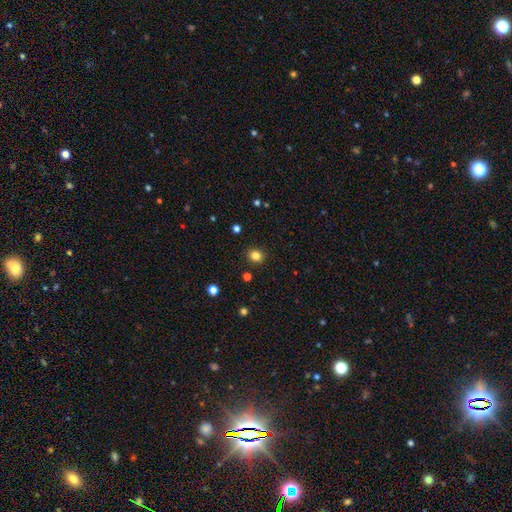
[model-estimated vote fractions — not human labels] Morphology: type=smooth (83%); roundness=round (75%); merging=none (90%).